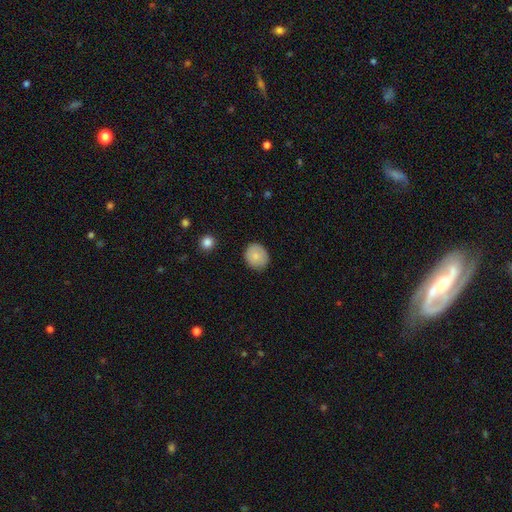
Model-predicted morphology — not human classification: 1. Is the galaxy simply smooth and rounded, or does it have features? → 81% smooth, 12% featured or disk, 7% star or artifact.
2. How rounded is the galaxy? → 73% round, 26% in between, 1% cigar-shaped.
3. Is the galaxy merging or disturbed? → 84% none, 12% minor disturbance, 3% major disturbance, 1% merger.